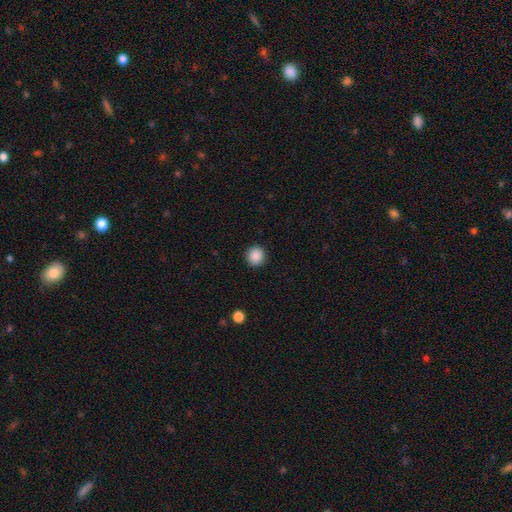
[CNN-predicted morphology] A smooth galaxy with no disk features (89%) that is round (93%).

Vote fractions:
- Smooth or featured? smooth: 89% / star or artifact: 9% / featured or disk: 3%
- How rounded? round: 93% / in between: 6% / cigar-shaped: 1%
- Merging? none: 92% / minor disturbance: 5% / major disturbance: 2% / merger: 1%